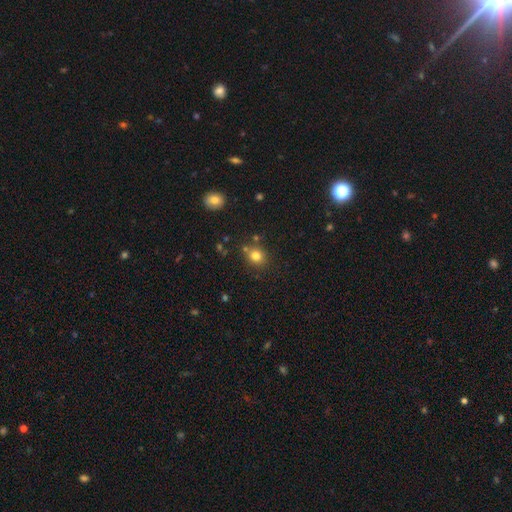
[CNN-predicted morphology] A smooth galaxy with no disk features (79%) that is round (76%).

Vote fractions:
- Smooth or featured? smooth: 79% / star or artifact: 14% / featured or disk: 7%
- How rounded? round: 76% / in between: 24% / cigar-shaped: 1%
- Merging? none: 76% / minor disturbance: 11% / merger: 9% / major disturbance: 3%